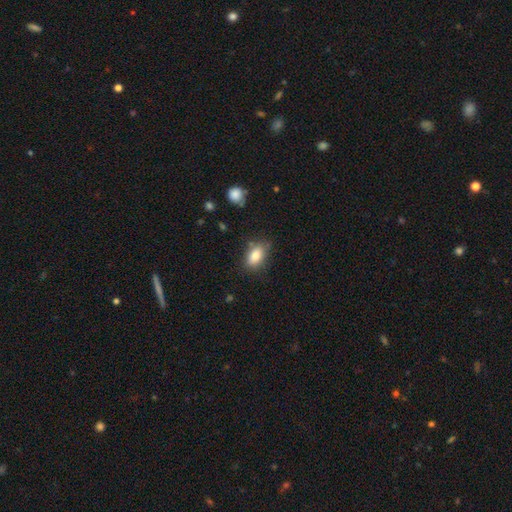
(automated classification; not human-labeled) Morphology: type=smooth (82%); roundness=in between (88%); merging=none (77%).